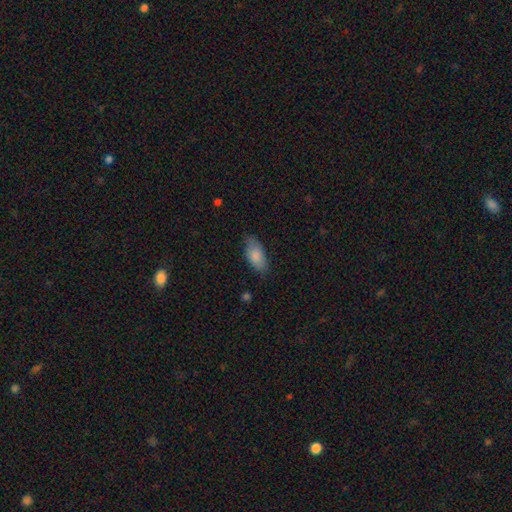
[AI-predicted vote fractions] smooth 84%, featured or disk 10%, star or artifact 6%. Down the decision tree: how rounded — in between (89%); merging — none (76%).